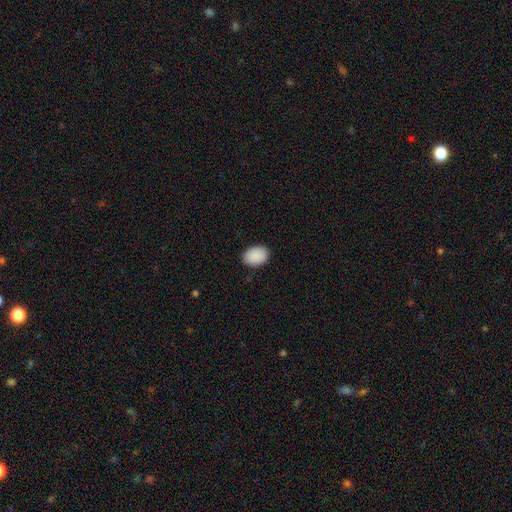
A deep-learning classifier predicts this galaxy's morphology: Overall: smooth (91%). How rounded: in between (80%). Merging: none (89%).